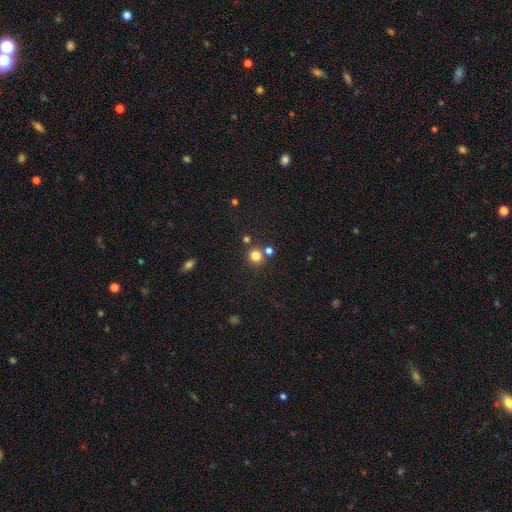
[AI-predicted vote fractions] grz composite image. It shows a smooth galaxy with no disk features (80%) that is round (92%). Merging: none (74%).